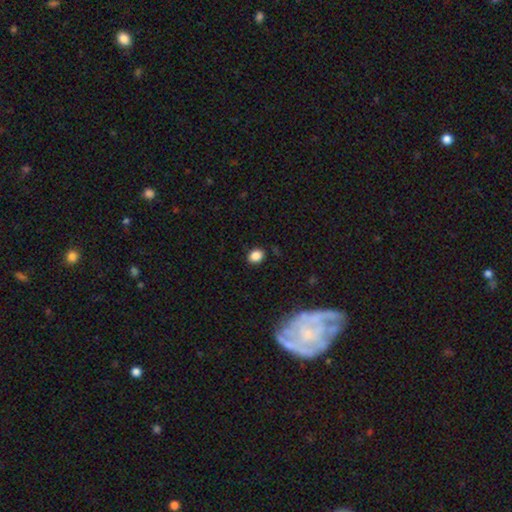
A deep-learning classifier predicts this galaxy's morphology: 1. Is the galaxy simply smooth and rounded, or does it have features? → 85% smooth, 11% star or artifact, 4% featured or disk.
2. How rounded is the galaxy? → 50% round, 49% in between, 1% cigar-shaped.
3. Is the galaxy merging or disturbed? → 86% none, 10% minor disturbance, 3% major disturbance, 1% merger.